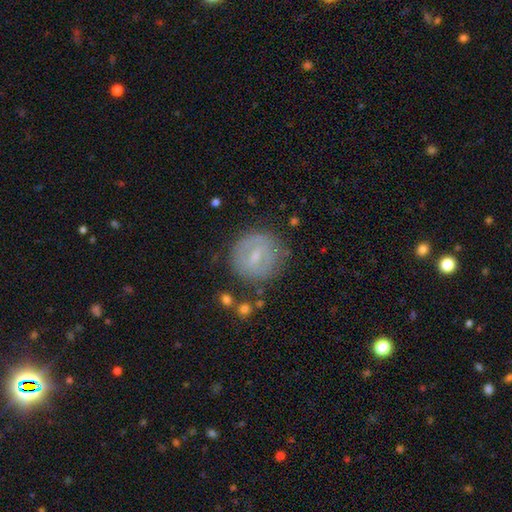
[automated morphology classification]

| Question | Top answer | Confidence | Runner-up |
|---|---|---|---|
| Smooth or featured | featured or disk | 49% | smooth (42%) |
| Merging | none | 78% | minor disturbance (14%) |